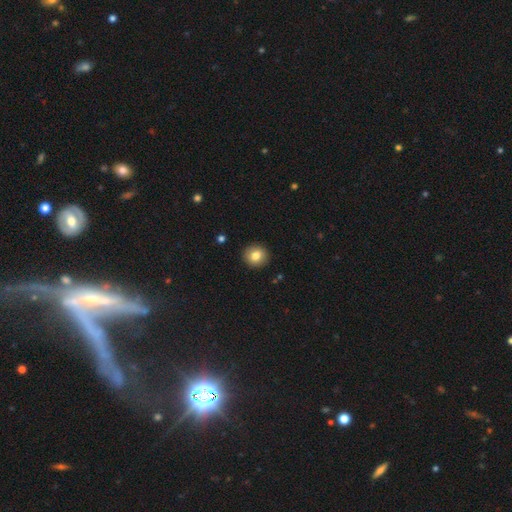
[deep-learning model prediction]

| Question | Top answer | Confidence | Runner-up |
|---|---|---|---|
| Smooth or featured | smooth | 82% | star or artifact (9%) |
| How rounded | round | 89% | in between (10%) |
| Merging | none | 92% | minor disturbance (6%) |